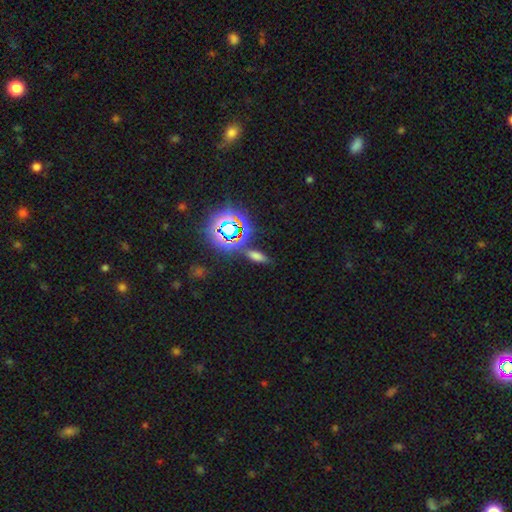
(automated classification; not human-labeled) The model was most divided on "how rounded": in between: 58%, cigar-shaped: 34%, round: 8%. More confident: merging — none (76%); smooth or featured — smooth (59%).